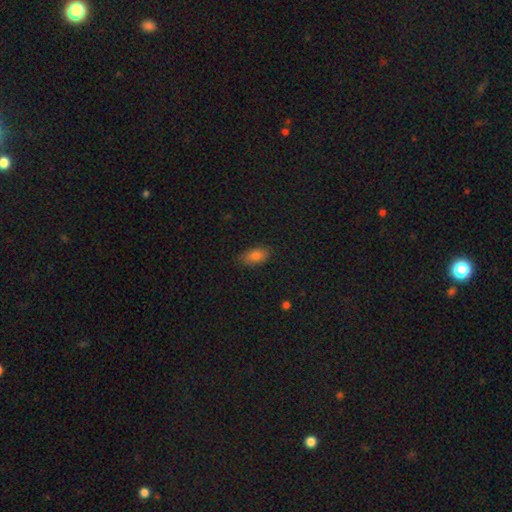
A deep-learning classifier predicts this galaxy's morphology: A smooth galaxy with no disk features (81%) that is in between round and cigar-shaped (91%). Merging: none (80%).